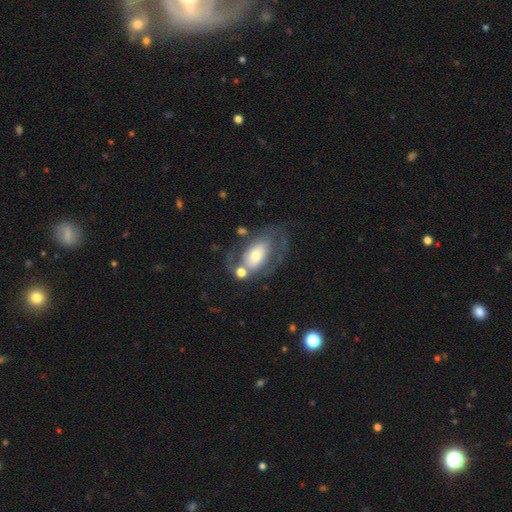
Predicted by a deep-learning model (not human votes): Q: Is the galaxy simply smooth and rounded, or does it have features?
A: featured or disk — 64%.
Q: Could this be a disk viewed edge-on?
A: no — 94%.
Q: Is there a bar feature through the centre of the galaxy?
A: no — 61%.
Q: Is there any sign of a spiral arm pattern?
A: yes — 69%.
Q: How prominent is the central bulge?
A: moderate — 50%.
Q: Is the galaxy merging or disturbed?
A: none — 48%.